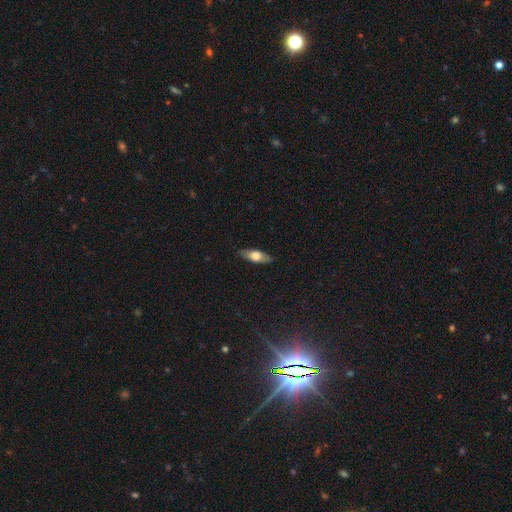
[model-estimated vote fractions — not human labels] This is possibly a smooth galaxy (59%). How rounded: likely in between (61%). Merging: clearly none (87%).